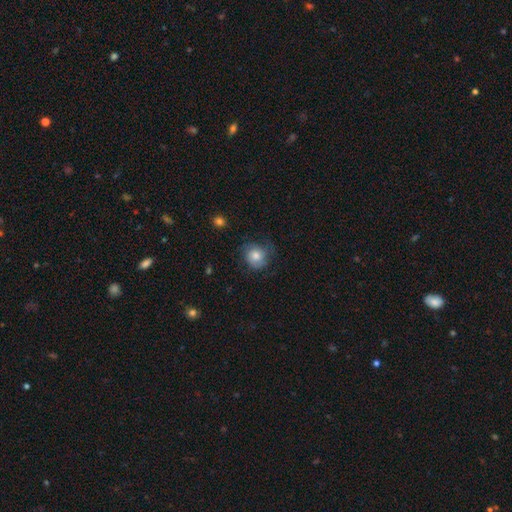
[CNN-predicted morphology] A smooth galaxy with no disk features (65%) that is round (80%).

Vote fractions:
- Smooth or featured? smooth: 65% / featured or disk: 27% / star or artifact: 8%
- How rounded? round: 80% / in between: 19% / cigar-shaped: 1%
- Merging? none: 61% / minor disturbance: 26% / major disturbance: 12% / merger: 1%